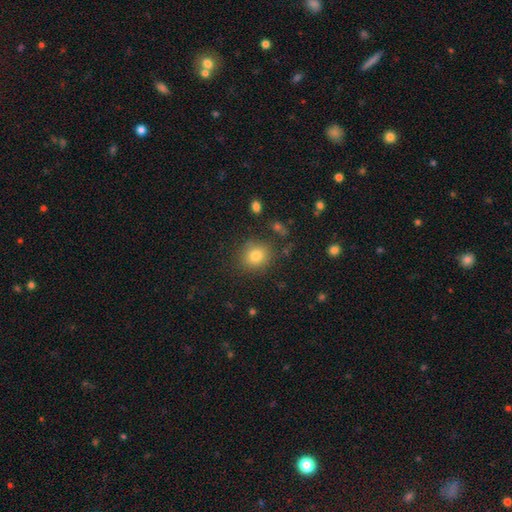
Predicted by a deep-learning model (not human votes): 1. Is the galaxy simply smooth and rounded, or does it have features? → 81% smooth, 12% star or artifact, 7% featured or disk.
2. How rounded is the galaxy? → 80% round, 19% in between, 1% cigar-shaped.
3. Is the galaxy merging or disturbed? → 84% none, 10% minor disturbance, 3% major disturbance, 3% merger.